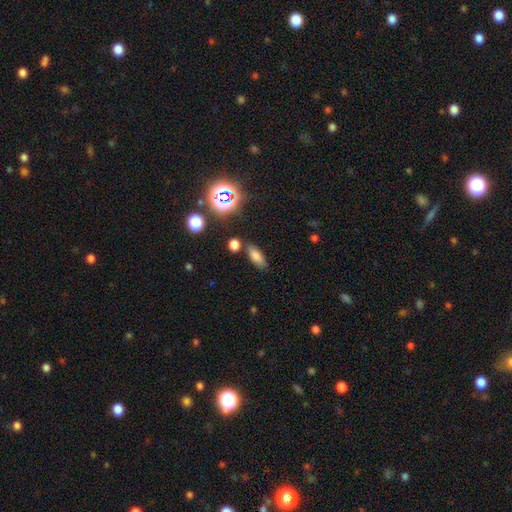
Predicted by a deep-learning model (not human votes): Smooth or featured?
  - smooth: 73% *
  - star or artifact: 17%
  - featured or disk: 10%
How rounded?
  - in between: 74% *
  - cigar-shaped: 20%
  - round: 6%
Merging?
  - none: 76% *
  - minor disturbance: 13%
  - merger: 8%
  - major disturbance: 4%